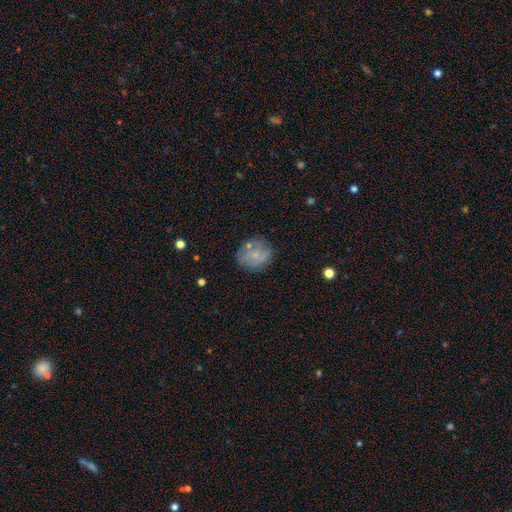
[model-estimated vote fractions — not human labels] Q: Smooth or featured?
A: smooth (56%); runner-up: featured or disk (35%)
Q: How rounded?
A: round (69%); runner-up: in between (30%)
Q: Merging?
A: none (66%); runner-up: minor disturbance (20%)